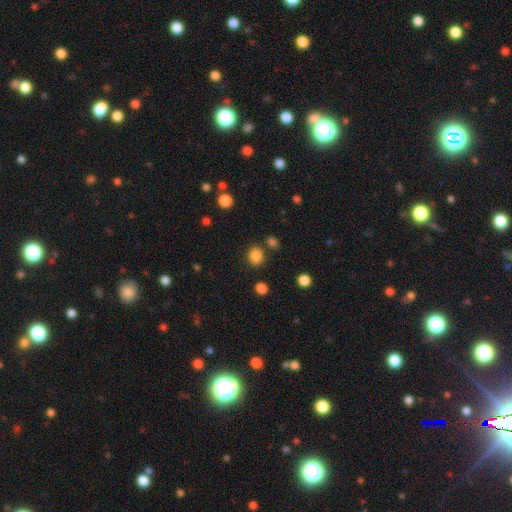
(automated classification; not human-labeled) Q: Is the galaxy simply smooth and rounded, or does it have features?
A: smooth — 84%.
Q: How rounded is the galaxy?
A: round — 60%.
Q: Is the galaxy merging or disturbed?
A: none — 79%.